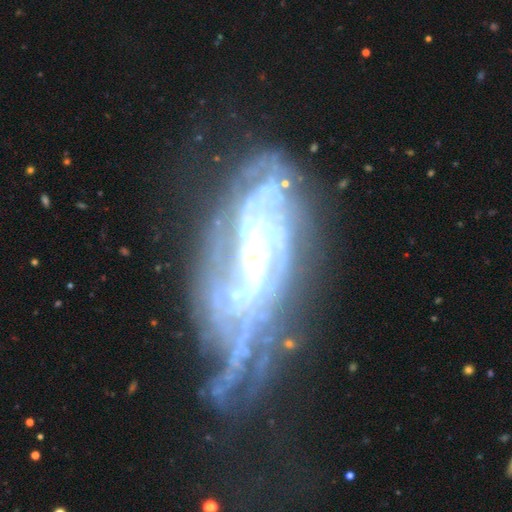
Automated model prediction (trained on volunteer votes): Smooth or featured: featured or disk — 85% (star or artifact — 9%)
Edge-on disk: no — 91% (yes — 9%)
Bar: weak — 36% (strong — 34%)
Spiral arms: yes — 94% (no — 6%)
Spiral winding: tight — 57% (medium — 32%)
Spiral arm count: can't tell — 36% (2 — 19%)
Bulge size: small — 44% (moderate — 29%)
Merging: none — 50% (minor disturbance — 23%)